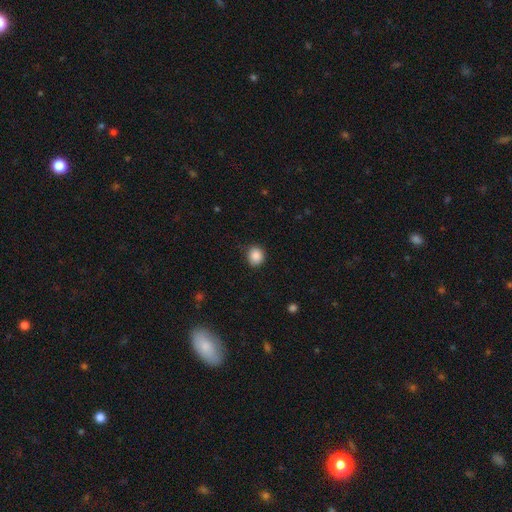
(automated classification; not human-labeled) Smooth or featured? smooth (87%)
How rounded? round (81%)
Merging? none (84%)